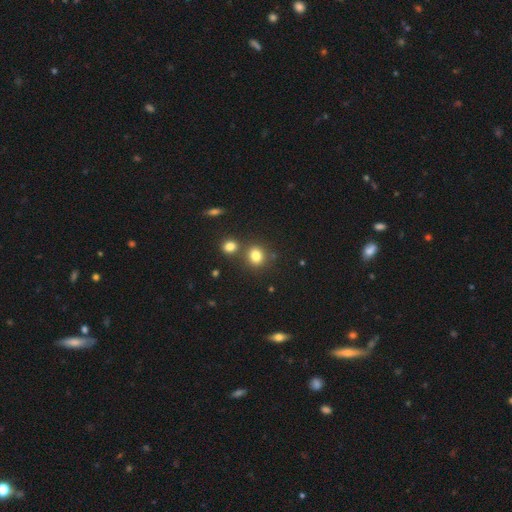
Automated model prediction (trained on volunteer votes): The model was most divided on "how rounded": round: 71%, in between: 28%, cigar-shaped: 1%. More confident: smooth or featured — smooth (80%); merging — none (69%).